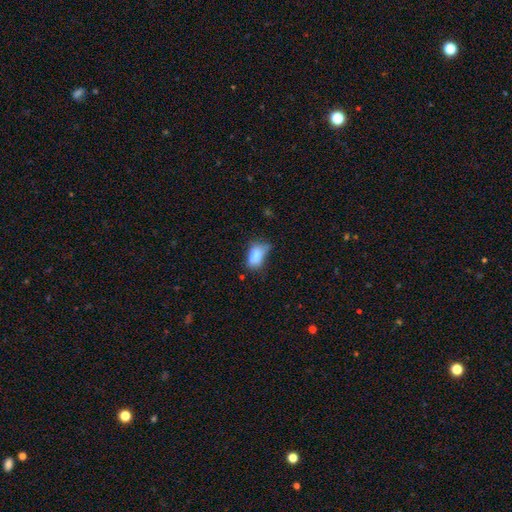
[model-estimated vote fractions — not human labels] Overall: smooth (77%). How rounded: in between (85%). Merging: none (44%; minor disturbance 38%).